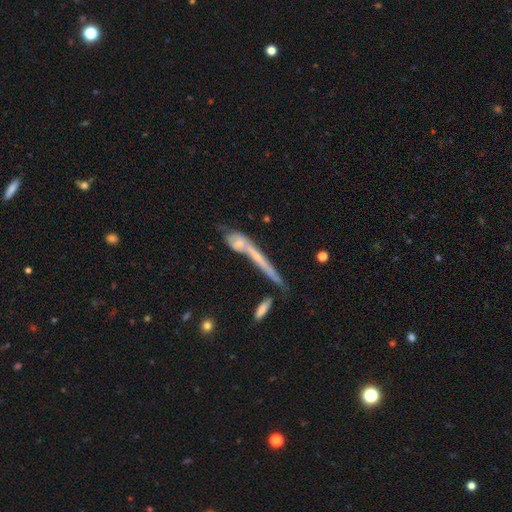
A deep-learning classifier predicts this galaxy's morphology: type=featured or disk (53%); edge-on=yes (79%); merging=none (47%).